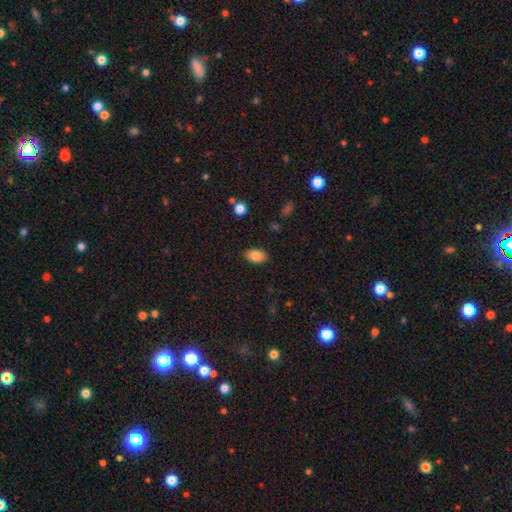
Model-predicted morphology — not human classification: Smooth or featured? Predicted: smooth (p=0.83). How rounded? Predicted: in between (p=0.92). Merging? Predicted: none (p=0.86).